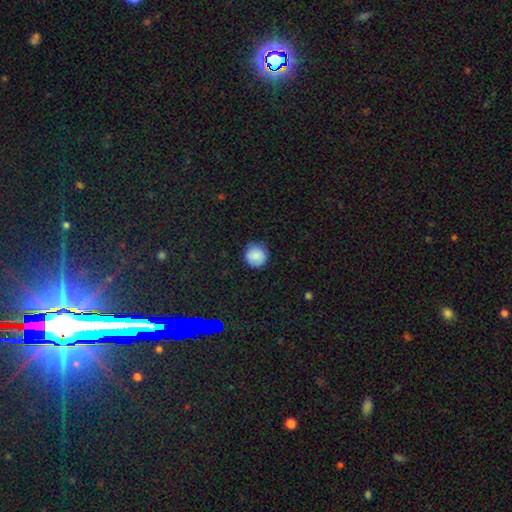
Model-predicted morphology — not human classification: A smooth galaxy with no disk features (86%) that is round (94%).

Vote fractions:
- Smooth or featured? smooth: 86% / star or artifact: 9% / featured or disk: 5%
- How rounded? round: 94% / in between: 5% / cigar-shaped: 1%
- Merging? none: 84% / minor disturbance: 12% / major disturbance: 3% / merger: 1%